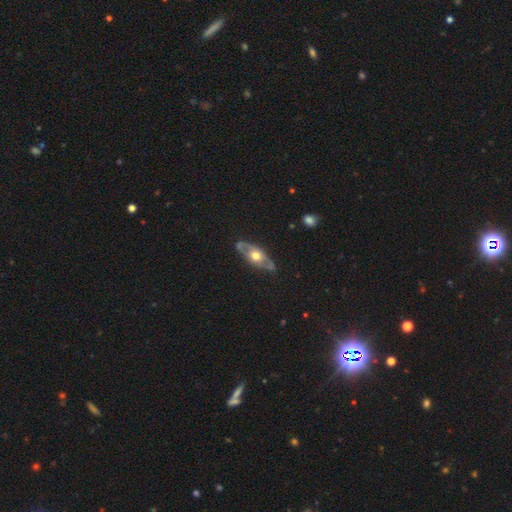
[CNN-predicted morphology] Smooth or featured: featured or disk — 66% (smooth — 29%)
Edge-on disk: no — 69% (yes — 31%)
Merging: none — 78% (minor disturbance — 17%)